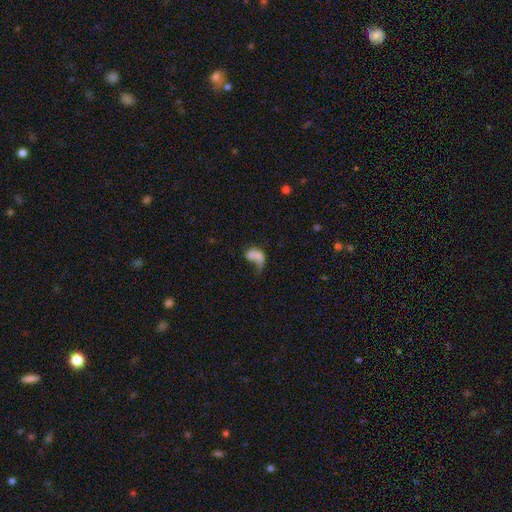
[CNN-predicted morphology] type=smooth (54%); roundness=in between (73%); merging=major disturbance (38%).